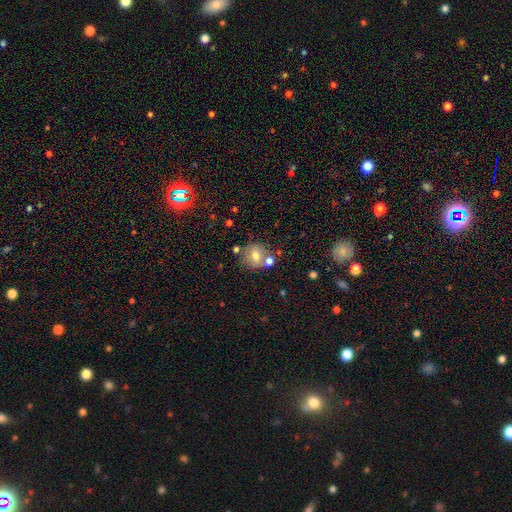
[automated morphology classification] Smooth or featured: smooth — 69% (featured or disk — 20%)
How rounded: round — 79% (in between — 20%)
Merging: none — 60% (merger — 21%)